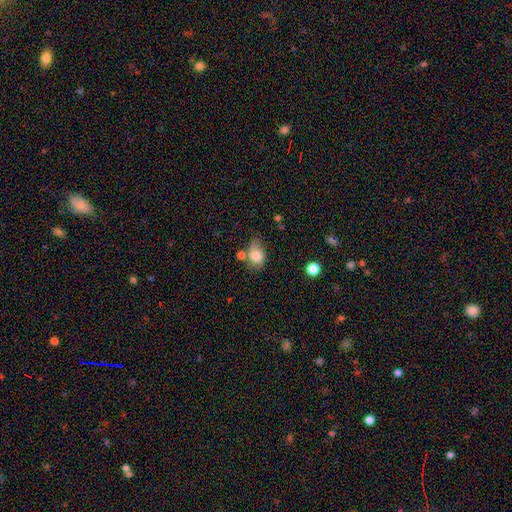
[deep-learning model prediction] A smooth galaxy with no disk features (78%) that is in between round and cigar-shaped (68%). Merging: none (40%).